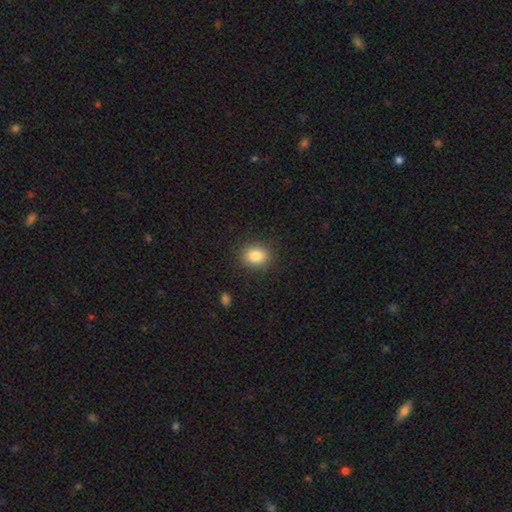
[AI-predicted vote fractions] This appears to be a smooth galaxy with no disk features (85%) that is in between round and cigar-shaped (53%). Merging: none (88%).